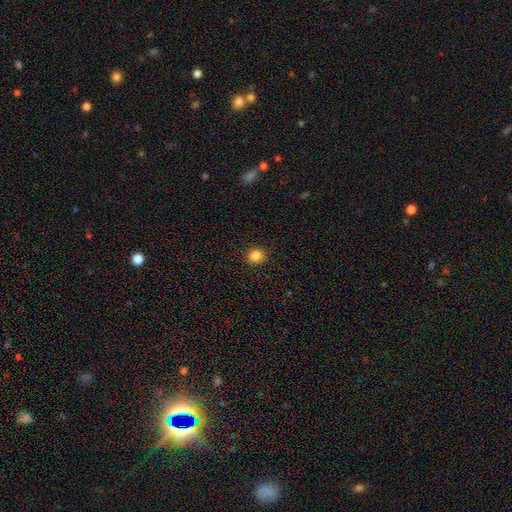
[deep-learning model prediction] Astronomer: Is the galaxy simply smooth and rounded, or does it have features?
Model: smooth — 86%.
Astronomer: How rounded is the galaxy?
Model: round — 82%.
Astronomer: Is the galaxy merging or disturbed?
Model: none — 91%.